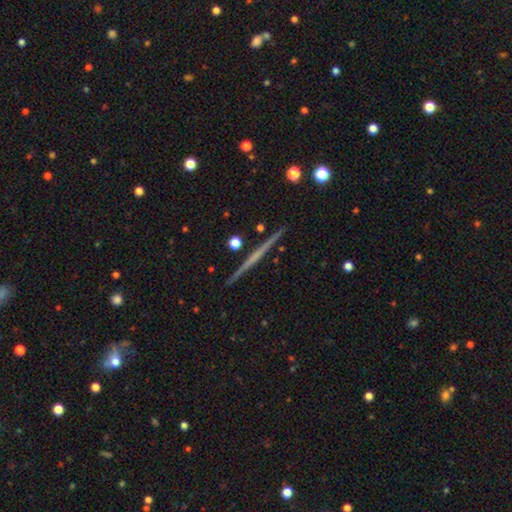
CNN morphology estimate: This appears to be a featured or disk galaxy (69%) viewed edge-on (98%) with no central bulge (81%). Merging: none (93%).